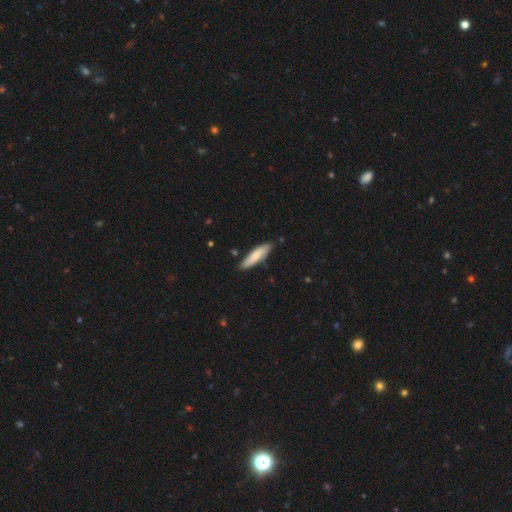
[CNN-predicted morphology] Overall: smooth (74%). How rounded: cigar-shaped (70%). Merging: none (82%).